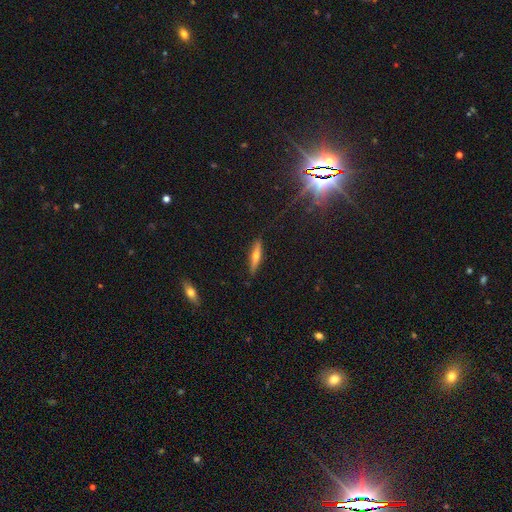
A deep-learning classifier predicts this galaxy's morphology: A featured or disk galaxy (52%) viewed edge-on (94%).

Vote fractions:
- Smooth or featured? featured or disk: 52% / smooth: 40% / star or artifact: 8%
- Edge-on disk? yes: 94% / no: 6%
- Merging? none: 88% / minor disturbance: 9% / major disturbance: 2% / merger: 1%